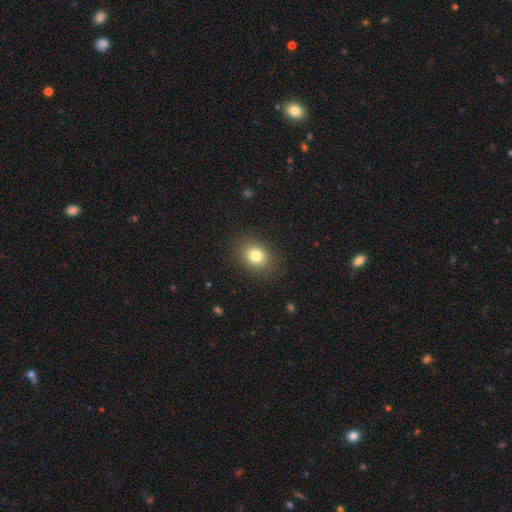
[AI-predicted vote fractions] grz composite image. It shows a smooth galaxy with no disk features (80%) that is in between round and cigar-shaped (51%). Merging: none (88%).